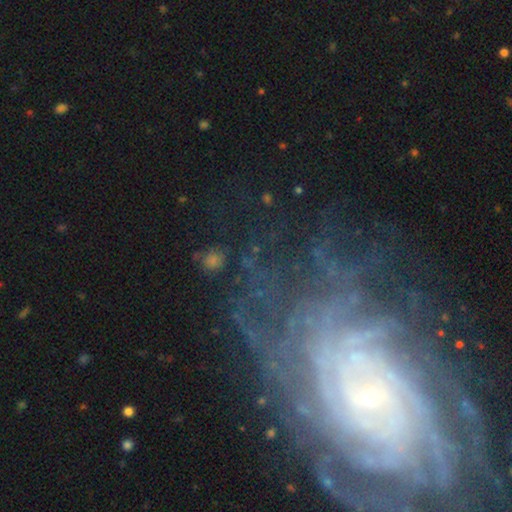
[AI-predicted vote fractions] Overall: featured or disk (75%). Edge-on disk: no (95%). Bar: no (61%; weak 26%). Spiral arms: yes (89%). Spiral arm count: can't tell (36%; more than 4 17%). Spiral winding: tight (69%). Bulge size: small (78%). Merging: none (66%).